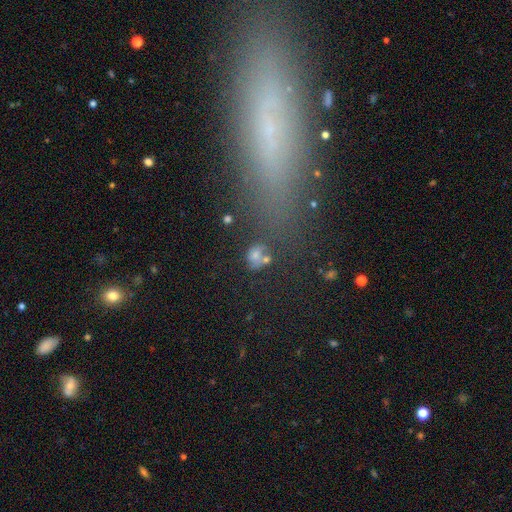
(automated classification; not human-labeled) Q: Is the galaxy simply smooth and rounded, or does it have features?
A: smooth — 60%.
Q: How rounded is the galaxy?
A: round — 50%.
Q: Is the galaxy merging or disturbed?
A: none — 41%.